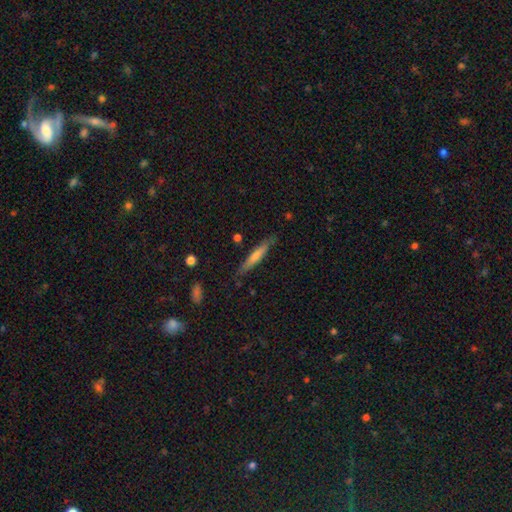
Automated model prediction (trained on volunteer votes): Smooth or featured: smooth — 56% (featured or disk — 38%)
How rounded: cigar-shaped — 93% (in between — 5%)
Merging: none — 85% (minor disturbance — 11%)